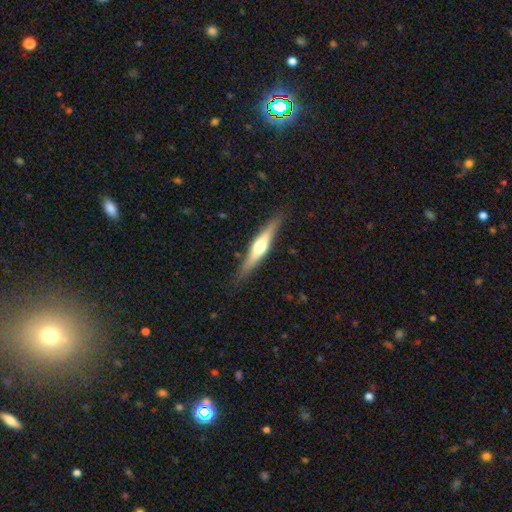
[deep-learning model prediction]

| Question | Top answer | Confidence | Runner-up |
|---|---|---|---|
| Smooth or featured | featured or disk | 66% | smooth (28%) |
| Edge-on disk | yes | 96% | no (4%) |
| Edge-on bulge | rounded | 92% | none (4%) |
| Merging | none | 89% | minor disturbance (9%) |